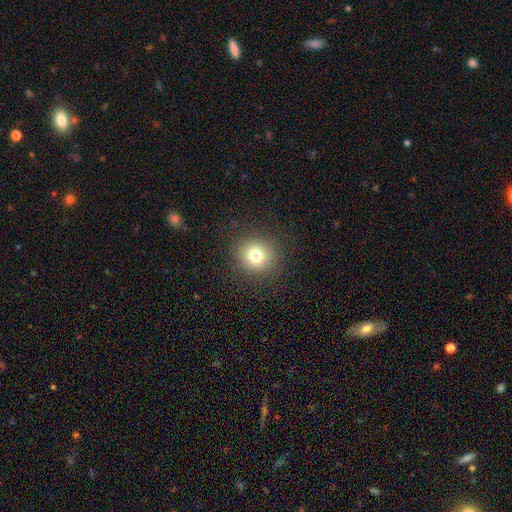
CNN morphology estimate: Q: Smooth or featured?
A: smooth (78%); runner-up: star or artifact (13%)
Q: How rounded?
A: round (88%); runner-up: in between (11%)
Q: Merging?
A: none (89%); runner-up: minor disturbance (7%)